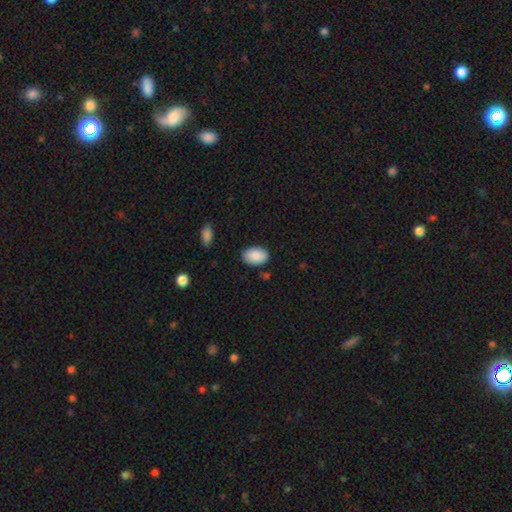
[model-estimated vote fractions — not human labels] smooth-or-featured: smooth: 90% | star or artifact: 6% | featured or disk: 3%
  how-rounded: in between: 91% | round: 8% | cigar-shaped: 1%
  merging: none: 85% | minor disturbance: 10% | major disturbance: 2% | merger: 2%